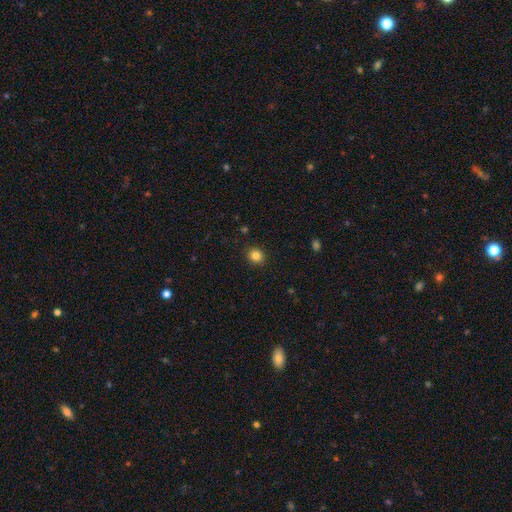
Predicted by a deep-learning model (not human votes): smooth-or-featured: smooth: 84% | star or artifact: 11% | featured or disk: 5%
  how-rounded: round: 81% | in between: 19% | cigar-shaped: 1%
  merging: none: 90% | minor disturbance: 7% | major disturbance: 2% | merger: 1%